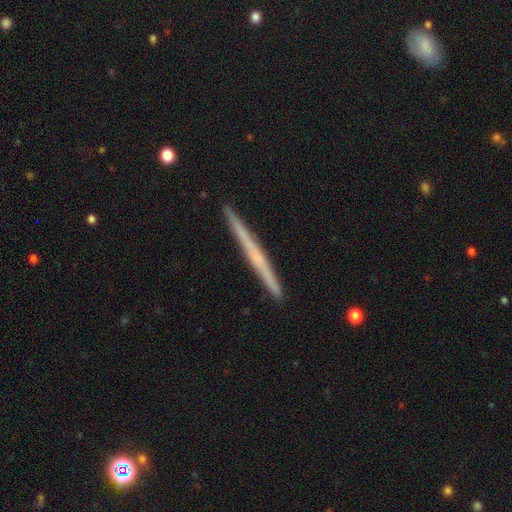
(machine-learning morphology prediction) Smooth or featured: featured or disk — 55% (smooth — 38%)
Edge-on disk: yes — 97% (no — 3%)
Edge-on bulge: none — 83% (rounded — 14%)
Merging: none — 91% (minor disturbance — 6%)